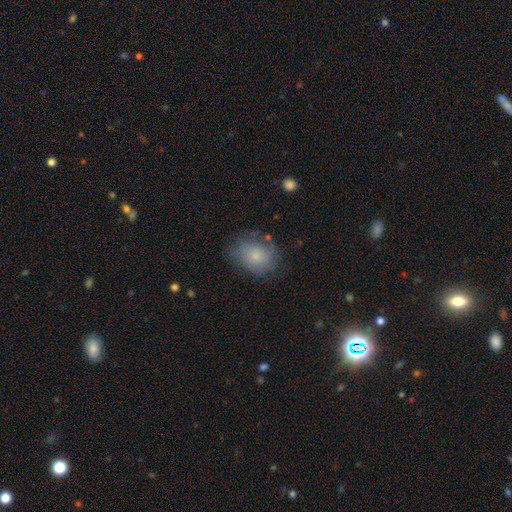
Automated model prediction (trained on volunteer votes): Morphology: type=smooth (76%); roundness=in between (55%); merging=none (65%).